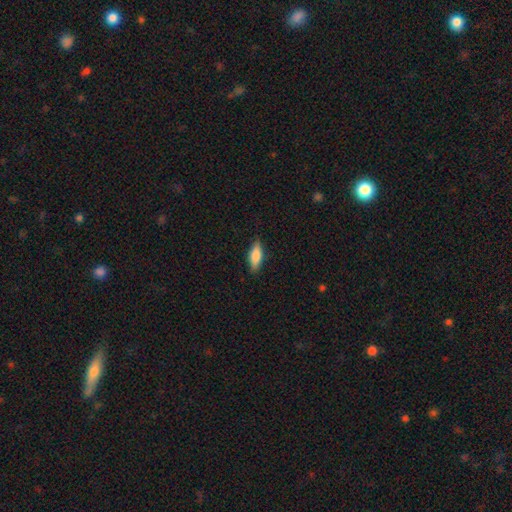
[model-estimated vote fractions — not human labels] A smooth galaxy with no disk features (79%) that is in between round and cigar-shaped (69%).

Vote fractions:
- Smooth or featured? smooth: 79% / featured or disk: 14% / star or artifact: 6%
- How rounded? in between: 69% / cigar-shaped: 29% / round: 2%
- Merging? none: 85% / minor disturbance: 12% / major disturbance: 2% / merger: 1%